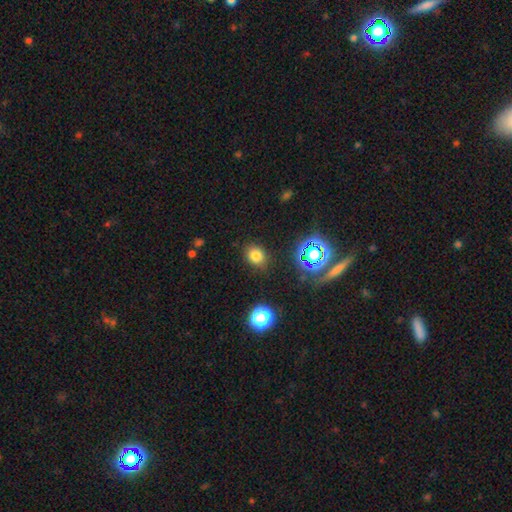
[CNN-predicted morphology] Smooth or featured? Predicted: smooth (p=0.76). How rounded? Predicted: round (p=0.58). Merging? Predicted: none (p=0.85).